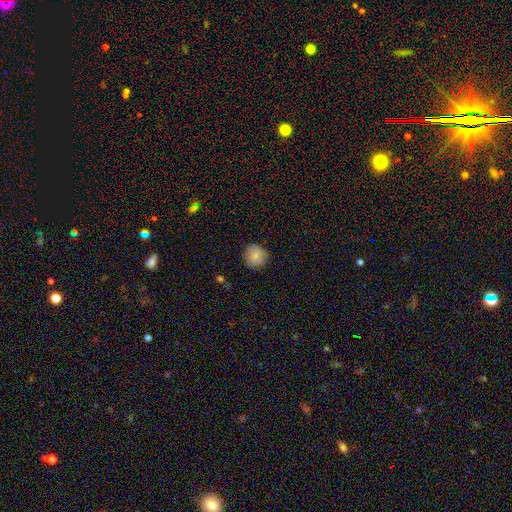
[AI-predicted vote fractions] Smooth or featured?
  - smooth: 86% *
  - star or artifact: 8%
  - featured or disk: 6%
How rounded?
  - round: 92% *
  - in between: 7%
  - cigar-shaped: 1%
Merging?
  - none: 87% *
  - minor disturbance: 10%
  - major disturbance: 2%
  - merger: 1%